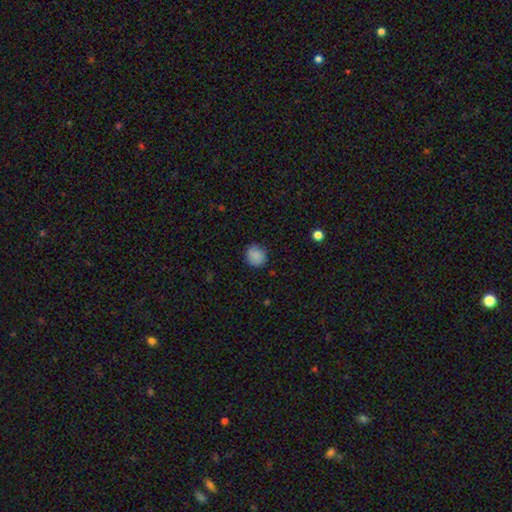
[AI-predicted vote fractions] Q: Smooth or featured?
A: smooth (86%); runner-up: star or artifact (9%)
Q: How rounded?
A: round (80%); runner-up: in between (19%)
Q: Merging?
A: none (85%); runner-up: minor disturbance (11%)